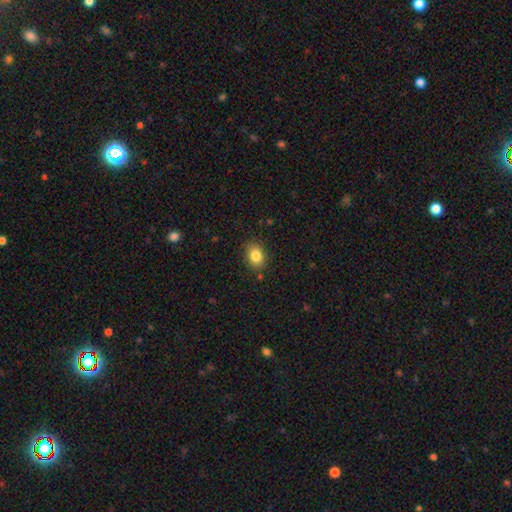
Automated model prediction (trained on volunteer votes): smooth_or_featured: smooth (p=0.84) [alt: star or artifact p=0.09]
how_rounded: in between (p=0.61) [alt: round p=0.38]
merging: none (p=0.85) [alt: minor disturbance p=0.11]